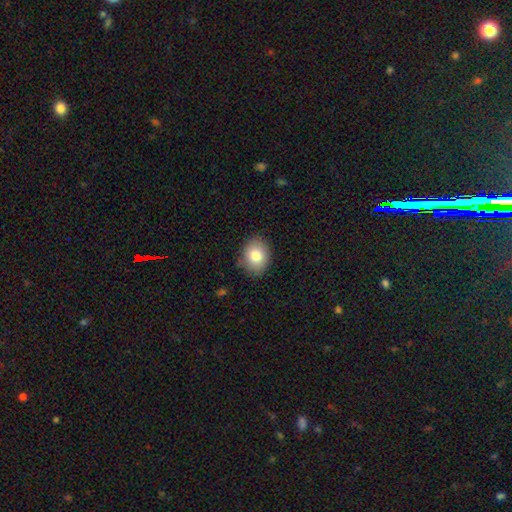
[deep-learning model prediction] Overall: smooth (82%). How rounded: in between (55%; round 44%). Merging: none (85%).